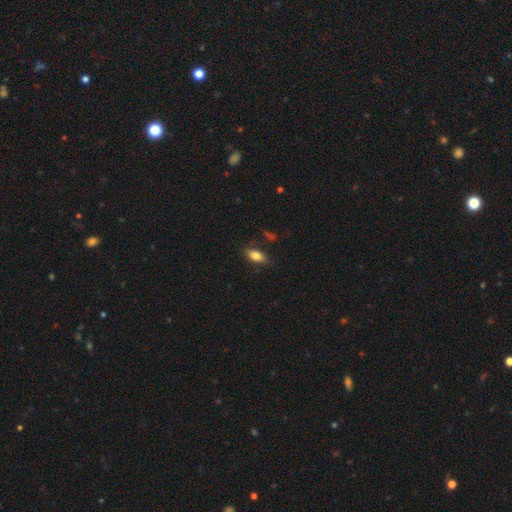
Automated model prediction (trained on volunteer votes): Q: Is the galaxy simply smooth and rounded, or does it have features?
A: smooth — 76%.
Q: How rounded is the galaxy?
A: in between — 84%.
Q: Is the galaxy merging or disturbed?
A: none — 78%.